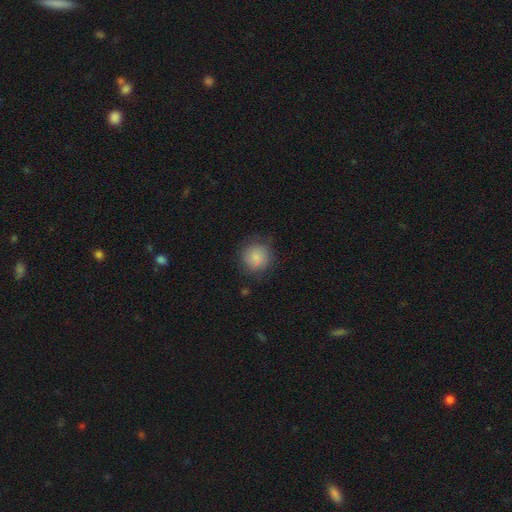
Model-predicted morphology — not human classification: Smooth or featured? Predicted: smooth (p=0.81). How rounded? Predicted: round (p=0.92). Merging? Predicted: none (p=0.78).